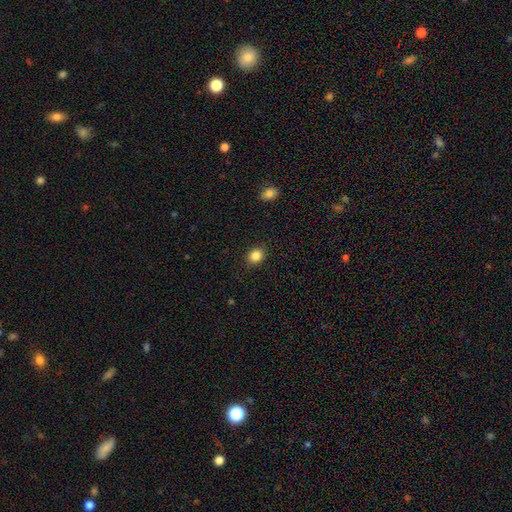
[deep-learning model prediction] Morphology: type=smooth (85%); roundness=round (62%); merging=none (88%).